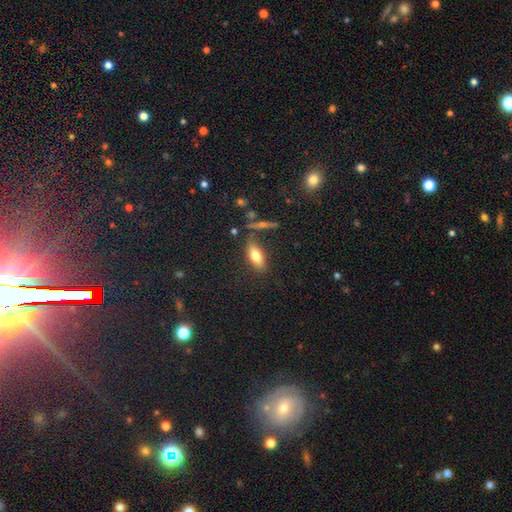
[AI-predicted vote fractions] Smooth or featured?
  - smooth: 74% *
  - featured or disk: 17%
  - star or artifact: 9%
How rounded?
  - in between: 77% *
  - cigar-shaped: 19%
  - round: 4%
Merging?
  - none: 73% *
  - minor disturbance: 15%
  - merger: 7%
  - major disturbance: 5%